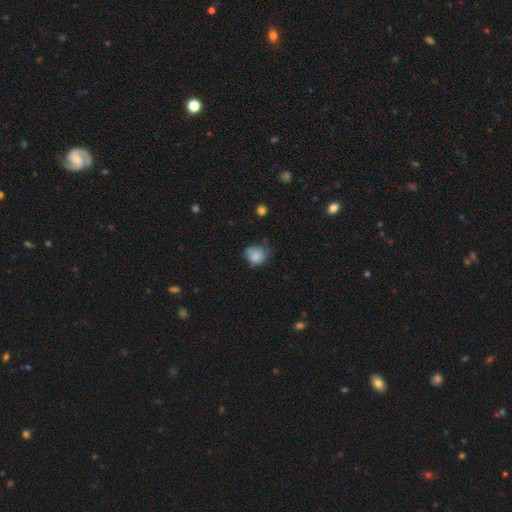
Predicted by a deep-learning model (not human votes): Overall: smooth (79%). How rounded: round (67%; in between 32%). Merging: none (47%; minor disturbance 37%).